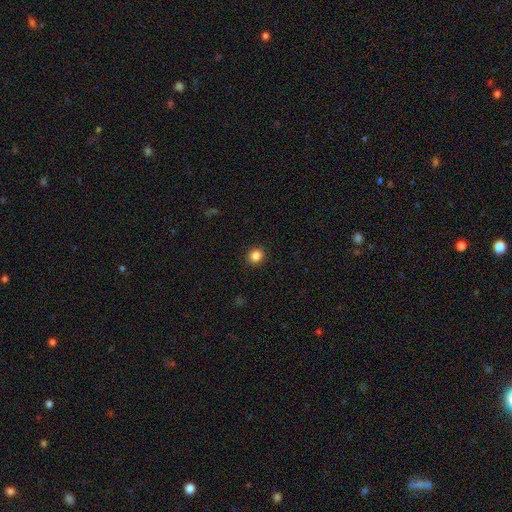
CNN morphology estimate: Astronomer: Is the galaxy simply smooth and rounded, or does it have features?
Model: smooth — 85%.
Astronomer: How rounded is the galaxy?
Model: round — 84%.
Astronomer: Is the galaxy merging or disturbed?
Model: none — 92%.